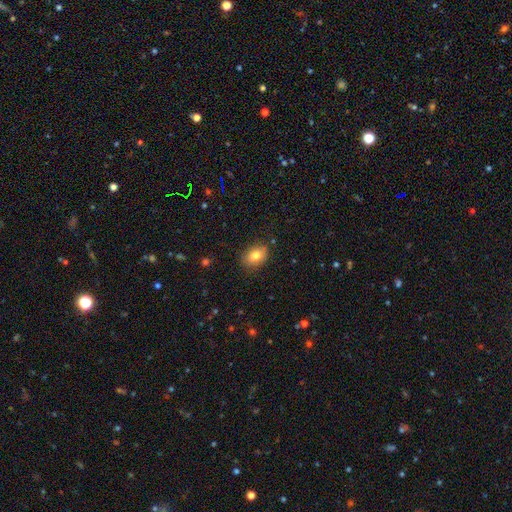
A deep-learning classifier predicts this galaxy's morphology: type=smooth (81%); roundness=in between (75%); merging=none (84%).